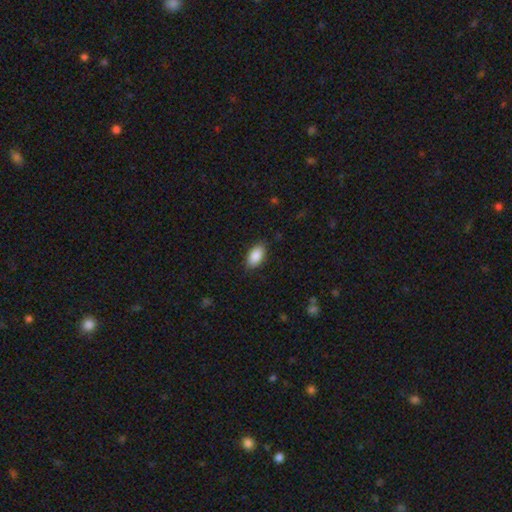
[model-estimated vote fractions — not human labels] smooth_or_featured: smooth (p=0.89) [alt: star or artifact p=0.07]
how_rounded: in between (p=0.93) [alt: round p=0.04]
merging: none (p=0.85) [alt: minor disturbance p=0.12]